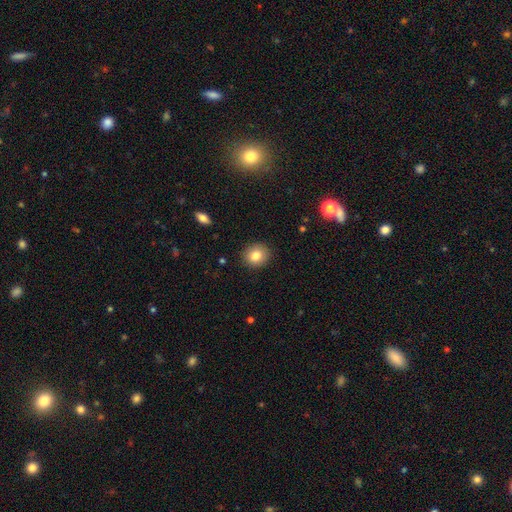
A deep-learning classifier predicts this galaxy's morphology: type=smooth (81%); roundness=round (78%); merging=none (90%).